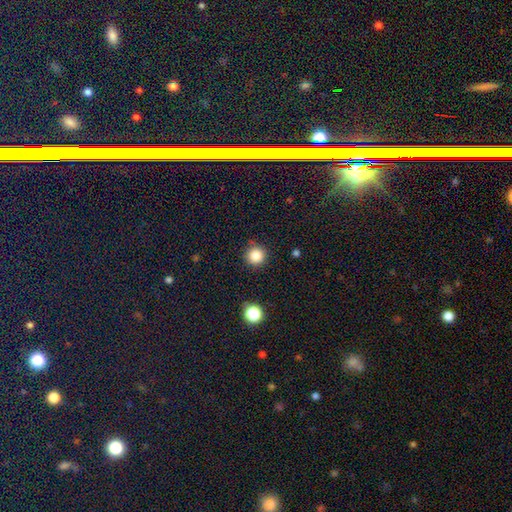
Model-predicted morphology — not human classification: smooth 84%, star or artifact 12%, featured or disk 4%. Down the decision tree: how rounded — round (95%); merging — none (89%).